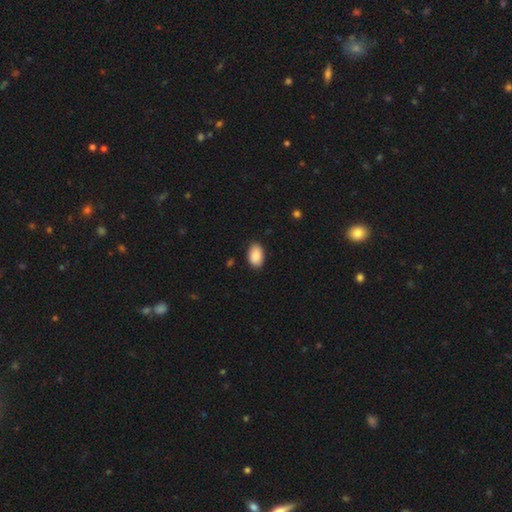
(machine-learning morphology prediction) This is clearly a smooth galaxy (89%). How rounded: clearly in between (91%). Merging: clearly none (86%).